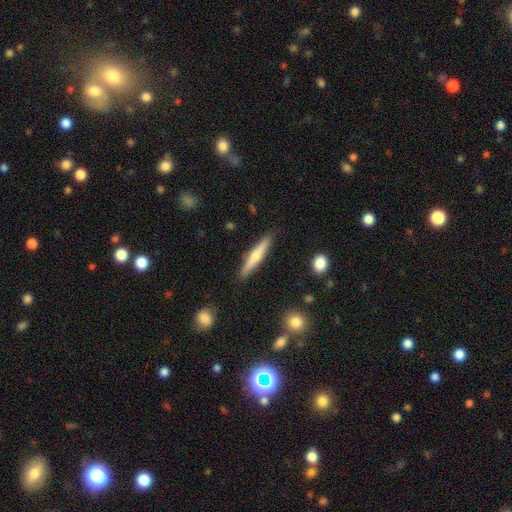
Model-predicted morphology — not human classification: Smooth or featured?
  - featured or disk: 50% *
  - smooth: 44%
  - star or artifact: 6%
Merging?
  - none: 89% *
  - minor disturbance: 8%
  - major disturbance: 2%
  - merger: 2%